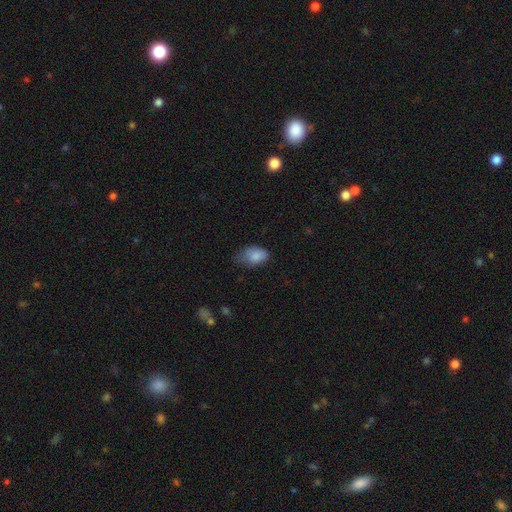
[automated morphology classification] Overall: smooth (83%). How rounded: in between (87%). Merging: minor disturbance (44%; none 39%).